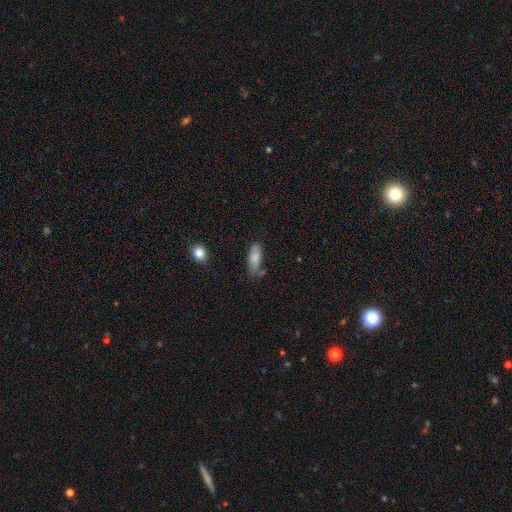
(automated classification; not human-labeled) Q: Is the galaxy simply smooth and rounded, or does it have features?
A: smooth — 67%.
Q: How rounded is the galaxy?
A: in between — 65%.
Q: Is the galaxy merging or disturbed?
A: none — 61%.